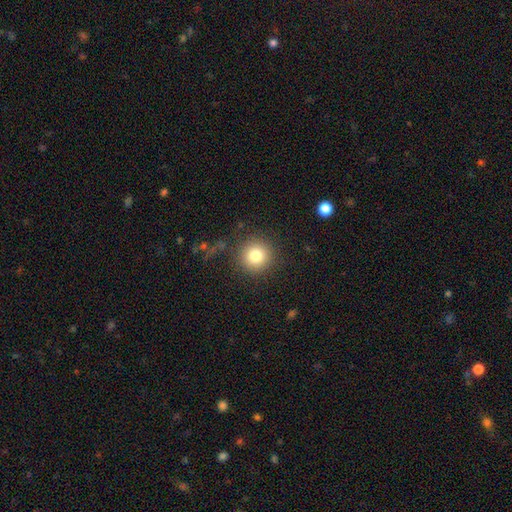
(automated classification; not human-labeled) Morphology: type=smooth (80%); roundness=round (94%); merging=none (88%).